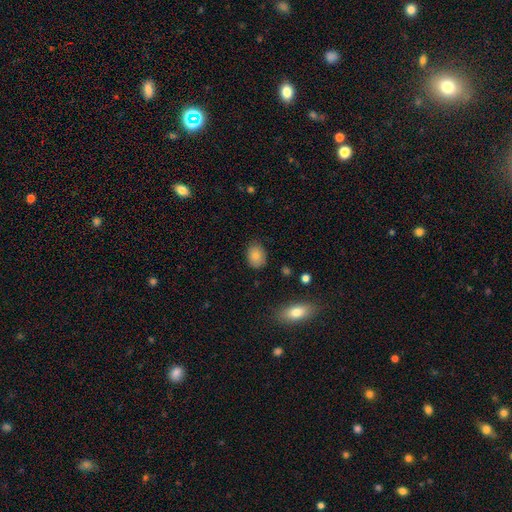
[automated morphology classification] Smooth or featured? smooth (84%)
How rounded? in between (64%)
Merging? none (82%)